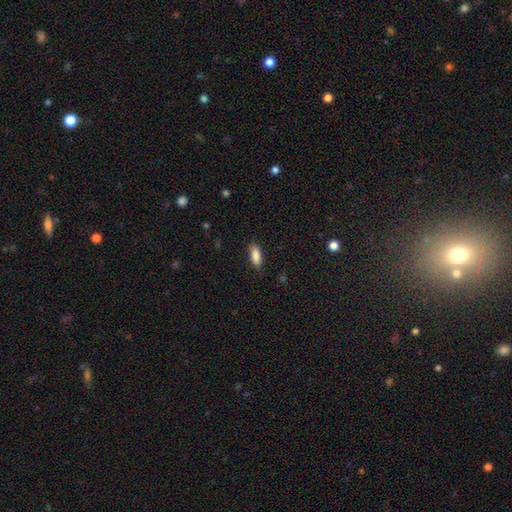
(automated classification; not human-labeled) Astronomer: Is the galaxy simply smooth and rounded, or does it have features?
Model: smooth — 87%.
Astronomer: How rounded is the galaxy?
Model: in between — 83%.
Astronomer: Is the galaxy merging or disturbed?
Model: none — 81%.